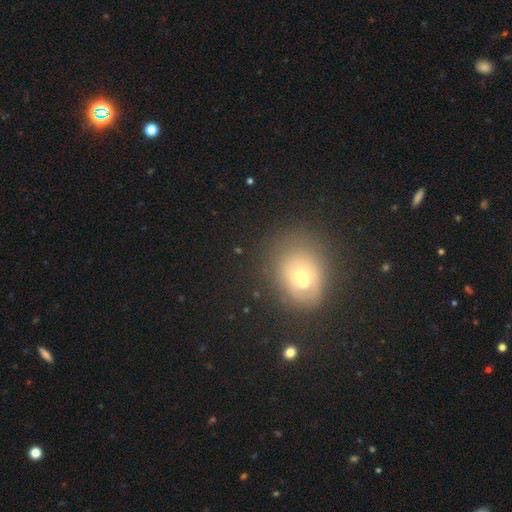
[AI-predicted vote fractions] Q: Smooth or featured?
A: smooth (65%); runner-up: star or artifact (23%)
Q: How rounded?
A: round (65%); runner-up: in between (34%)
Q: Merging?
A: none (86%); runner-up: minor disturbance (9%)